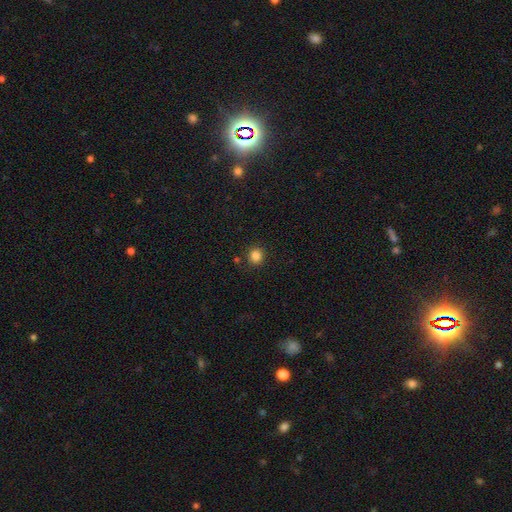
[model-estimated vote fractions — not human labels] A smooth galaxy with no disk features (84%) that is round (88%).

Vote fractions:
- Smooth or featured? smooth: 84% / star or artifact: 12% / featured or disk: 4%
- How rounded? round: 88% / in between: 11% / cigar-shaped: 1%
- Merging? none: 88% / minor disturbance: 7% / merger: 3% / major disturbance: 2%